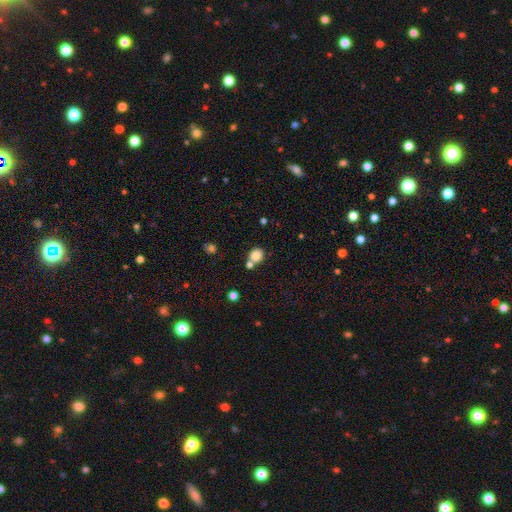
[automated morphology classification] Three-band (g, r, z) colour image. It shows a smooth galaxy with no disk features (83%) that is round (79%). Merging: none (58%).